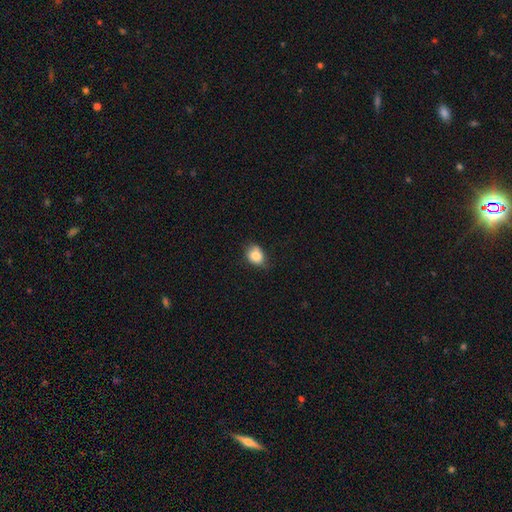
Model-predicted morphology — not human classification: Smooth or featured?
  - smooth: 82% *
  - star or artifact: 9%
  - featured or disk: 9%
How rounded?
  - in between: 54% *
  - round: 45%
  - cigar-shaped: 1%
Merging?
  - none: 62% *
  - minor disturbance: 30%
  - major disturbance: 6%
  - merger: 2%